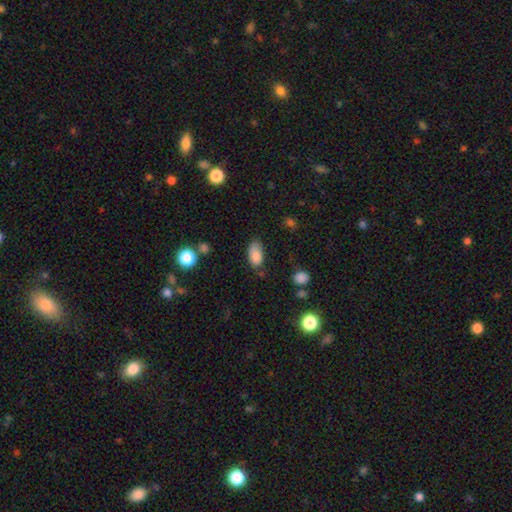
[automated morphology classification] smooth_or_featured: smooth (p=0.84) [alt: star or artifact p=0.08]
how_rounded: in between (p=0.93) [alt: round p=0.04]
merging: none (p=0.60) [alt: minor disturbance p=0.29]